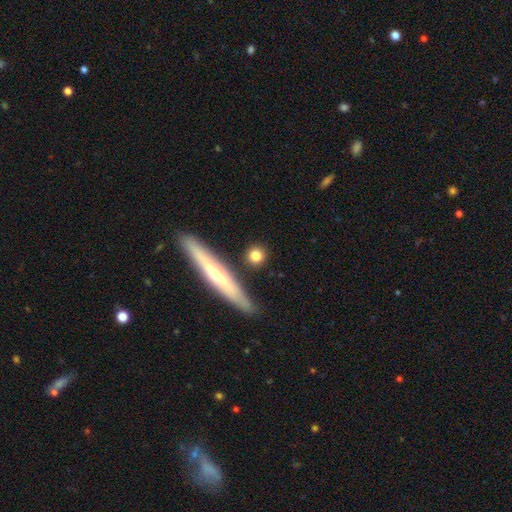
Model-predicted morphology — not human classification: This is likely a smooth galaxy (78%). How rounded: likely round (75%). Merging: clearly none (87%).